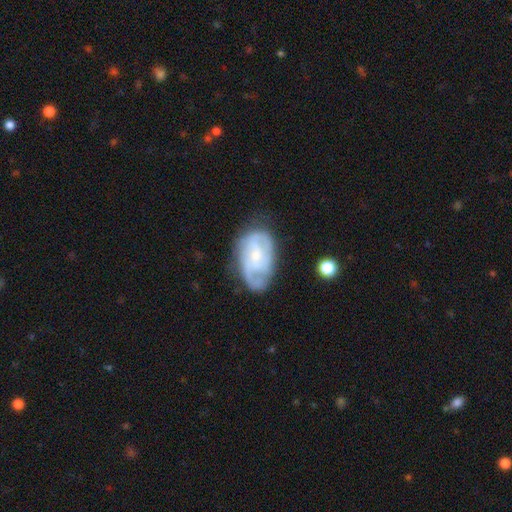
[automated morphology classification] smooth-or-featured: featured or disk: 71% | smooth: 22% | star or artifact: 7%
  disk-edge-on: no: 96% | yes: 4%
    bar: no: 67% | weak: 28% | strong: 5%
    has-spiral-arms: yes: 85% | no: 15%
      spiral-winding: tight: 50% | medium: 37% | loose: 13%
      spiral-arm-count: can't tell: 41% | 2: 27% | 3: 19% | 4: 5% | 1: 5% | more than 4: 3%
    bulge-size: small: 63% | moderate: 29% | none: 5% | large: 2% | dominant: 1%
  merging: none: 59% | minor disturbance: 27% | major disturbance: 12% | merger: 2%